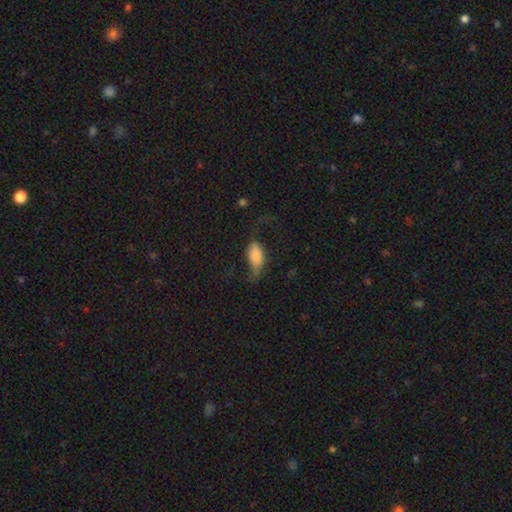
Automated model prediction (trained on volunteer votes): Smooth or featured? smooth (73%)
How rounded? in between (88%)
Merging? none (35%)